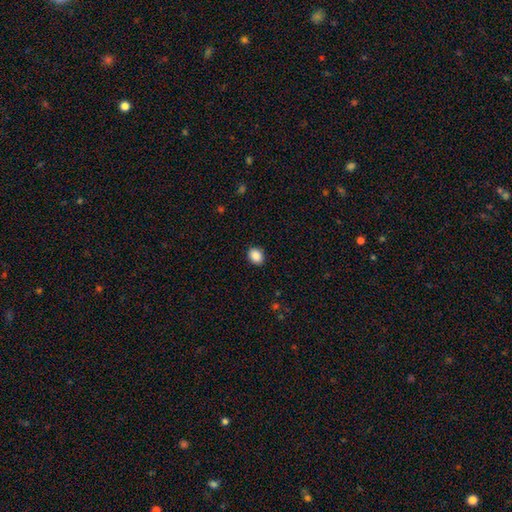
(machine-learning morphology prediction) This appears to be a smooth galaxy with no disk features (88%) that is in between round and cigar-shaped (50%). Merging: none (89%).